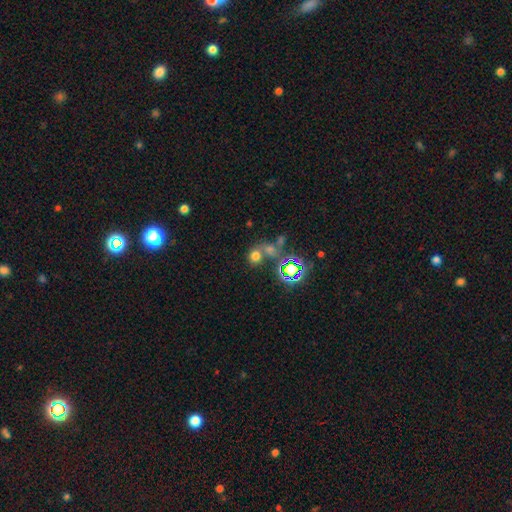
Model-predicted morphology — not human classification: This is likely a smooth galaxy (63%). How rounded: likely round (69%). Merging: possibly none (49%).